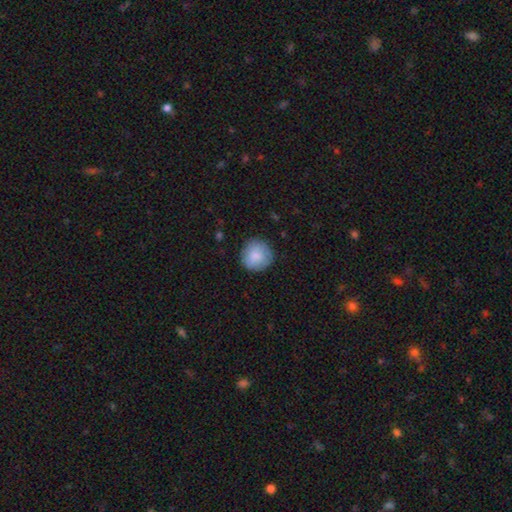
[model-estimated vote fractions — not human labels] Smooth or featured? Predicted: smooth (p=0.84). How rounded? Predicted: round (p=0.93). Merging? Predicted: none (p=0.85).